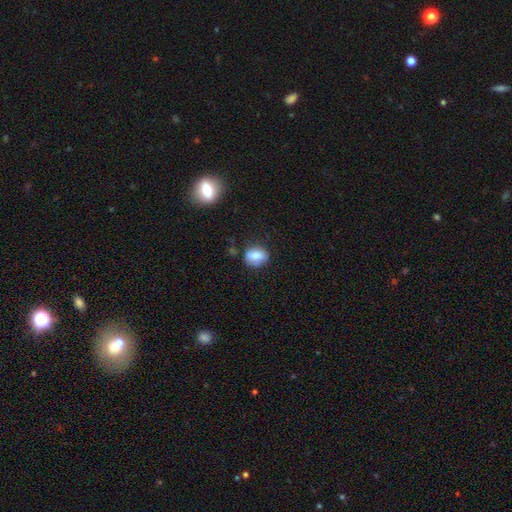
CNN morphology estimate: Overall: smooth (74%). How rounded: round (56%; in between 42%). Merging: none (72%).